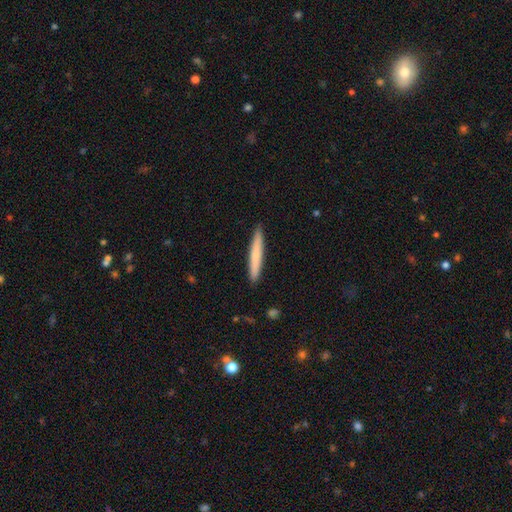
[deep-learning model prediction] A smooth galaxy with no disk features (73%) that is cigar-shaped (96%).

Vote fractions:
- Smooth or featured? smooth: 73% / featured or disk: 22% / star or artifact: 5%
- How rounded? cigar-shaped: 96% / in between: 3% / round: 1%
- Merging? none: 91% / minor disturbance: 6% / major disturbance: 1% / merger: 1%